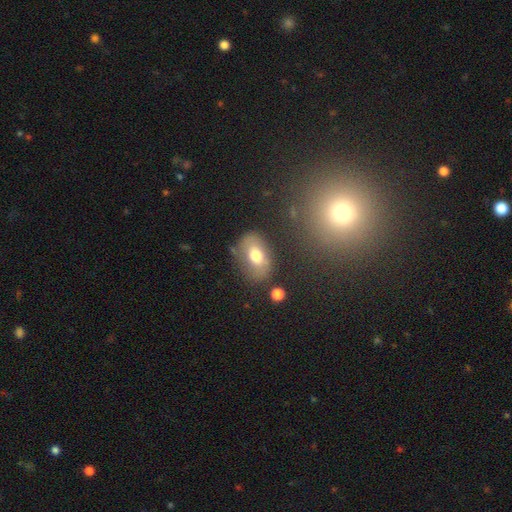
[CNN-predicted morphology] type=smooth (65%); roundness=in between (85%); merging=none (67%).